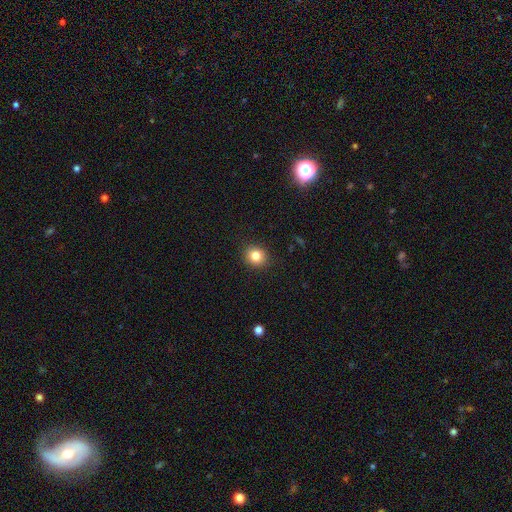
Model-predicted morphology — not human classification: The model was most divided on "smooth or featured": smooth: 82%, star or artifact: 11%, featured or disk: 7%. More confident: merging — none (91%); how rounded — round (85%).